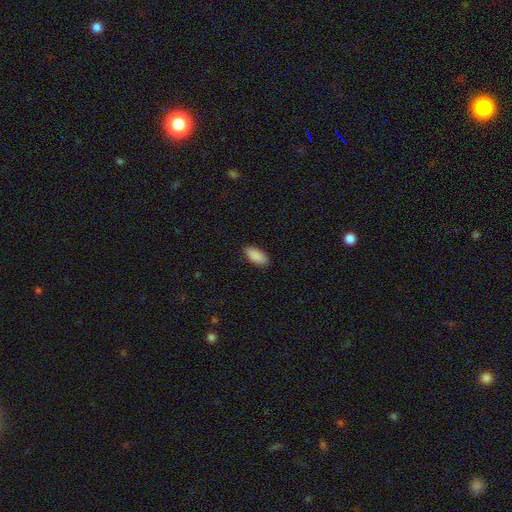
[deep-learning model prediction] This is clearly a smooth galaxy (90%). How rounded: clearly in between (92%). Merging: clearly none (86%).